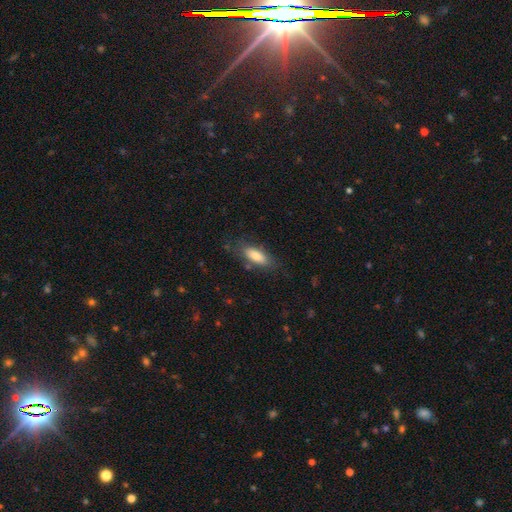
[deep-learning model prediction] This appears to be a smooth galaxy with no disk features (79%) that is in between round and cigar-shaped (68%). Merging: none (77%).